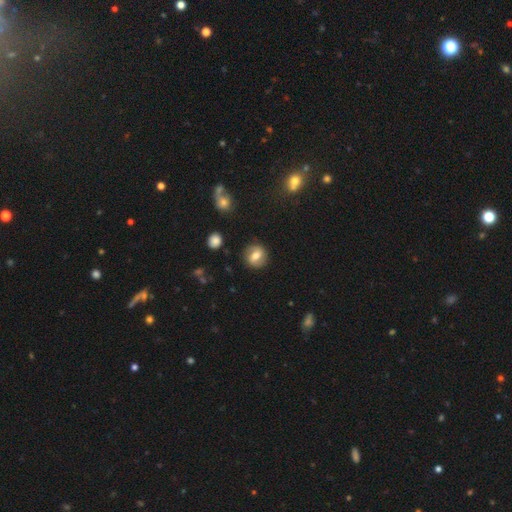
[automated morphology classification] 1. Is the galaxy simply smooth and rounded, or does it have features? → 56% smooth, 35% featured or disk, 9% star or artifact.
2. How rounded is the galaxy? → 79% round, 19% in between, 1% cigar-shaped.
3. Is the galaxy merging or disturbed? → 85% none, 10% minor disturbance, 3% major disturbance, 2% merger.